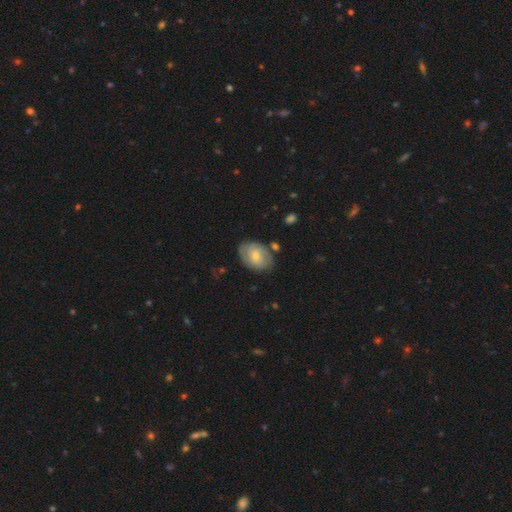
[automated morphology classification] This is possibly a featured or disk galaxy (48%). Merging: likely none (71%).